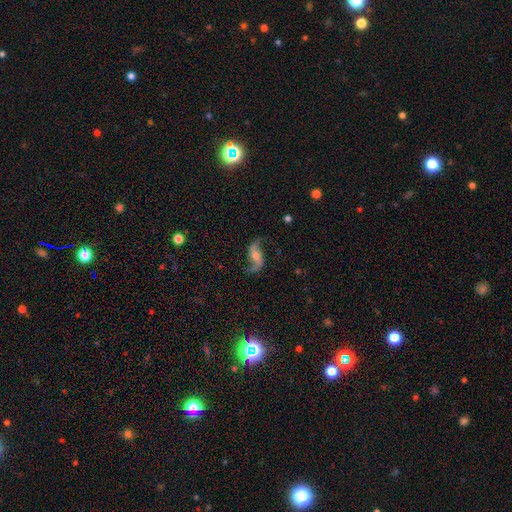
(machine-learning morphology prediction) Q: Smooth or featured?
A: featured or disk (86%); runner-up: smooth (8%)
Q: Edge-on disk?
A: no (96%); runner-up: yes (4%)
Q: Bar?
A: no (45%); runner-up: weak (34%)
Q: Spiral arms?
A: yes (96%); runner-up: no (4%)
Q: Spiral winding?
A: loose (87%); runner-up: medium (10%)
Q: Spiral arm count?
A: 2 (93%); runner-up: 1 (2%)
Q: Bulge size?
A: moderate (47%); runner-up: small (42%)
Q: Merging?
A: none (77%); runner-up: minor disturbance (14%)